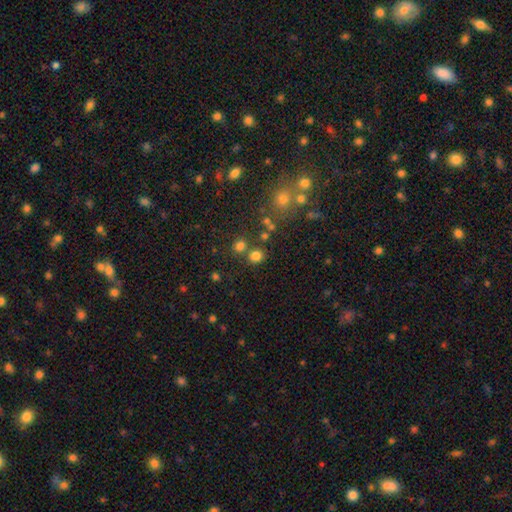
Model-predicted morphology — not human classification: Smooth or featured: smooth — 78% (star or artifact — 17%)
How rounded: round — 83% (in between — 16%)
Merging: none — 73% (merger — 15%)